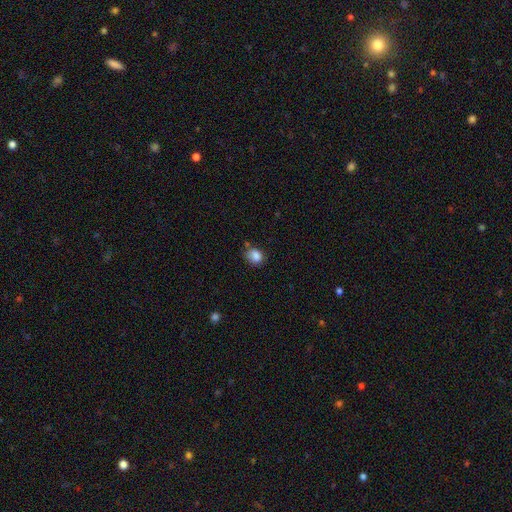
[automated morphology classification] Smooth or featured?
  - smooth: 84% *
  - star or artifact: 10%
  - featured or disk: 6%
How rounded?
  - round: 54% *
  - in between: 45%
  - cigar-shaped: 1%
Merging?
  - none: 61% *
  - minor disturbance: 26%
  - merger: 7%
  - major disturbance: 6%